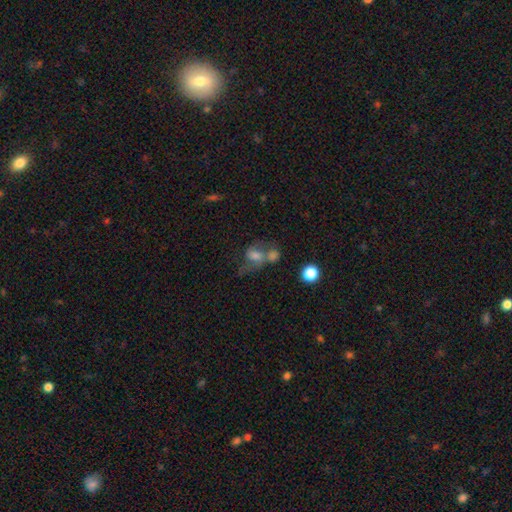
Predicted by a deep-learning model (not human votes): Smooth or featured: smooth — 54% (featured or disk — 31%)
How rounded: in between — 51% (round — 47%)
Merging: merger — 45% (none — 26%)